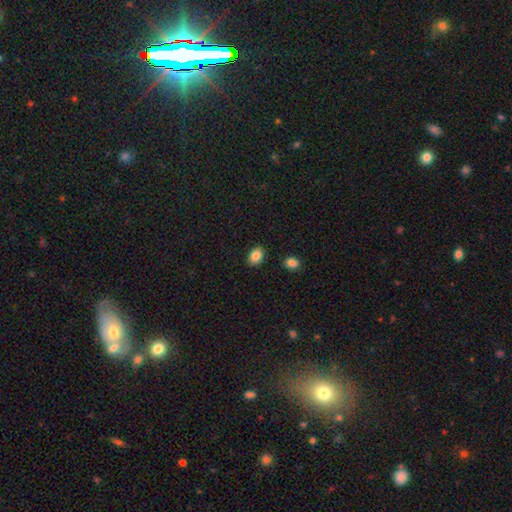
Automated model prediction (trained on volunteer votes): Smooth or featured? Predicted: smooth (p=0.87). How rounded? Predicted: in between (p=0.75). Merging? Predicted: none (p=0.87).